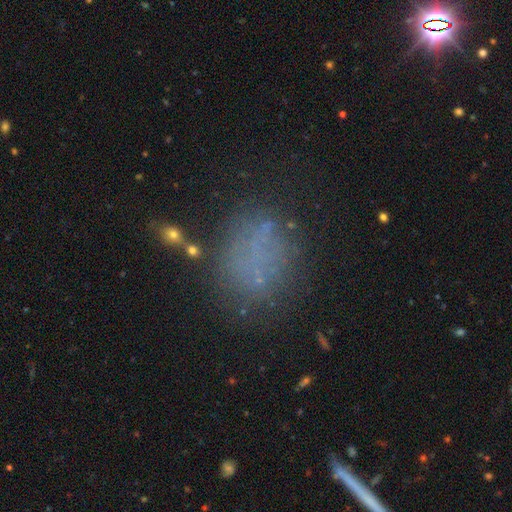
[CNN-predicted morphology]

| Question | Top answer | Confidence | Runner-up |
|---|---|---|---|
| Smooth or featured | smooth | 53% | star or artifact (24%) |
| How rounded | round | 50% | in between (48%) |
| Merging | none | 66% | minor disturbance (16%) |